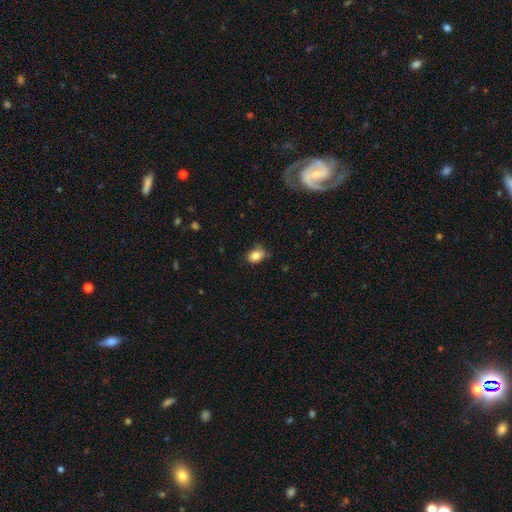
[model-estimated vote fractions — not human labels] Q: Smooth or featured?
A: smooth (83%); runner-up: star or artifact (9%)
Q: How rounded?
A: in between (67%); runner-up: round (31%)
Q: Merging?
A: none (61%); runner-up: minor disturbance (31%)